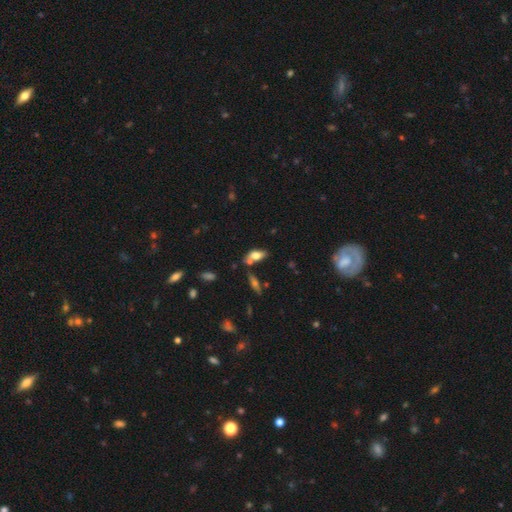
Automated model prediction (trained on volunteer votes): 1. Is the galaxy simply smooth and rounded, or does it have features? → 69% smooth, 21% featured or disk, 9% star or artifact.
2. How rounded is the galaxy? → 84% in between, 11% cigar-shaped, 5% round.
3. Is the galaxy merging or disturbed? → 54% none, 25% merger, 16% minor disturbance, 5% major disturbance.